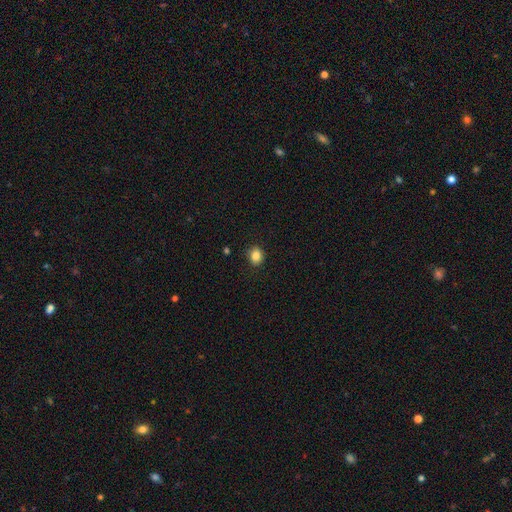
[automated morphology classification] This appears to be a smooth galaxy with no disk features (86%) that is round (58%). Merging: none (87%).